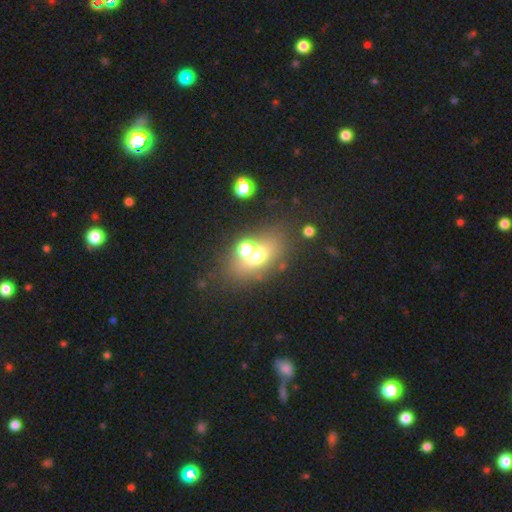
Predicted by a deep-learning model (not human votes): Smooth or featured? Predicted: smooth (p=0.57). How rounded? Predicted: in between (p=0.63). Merging? Predicted: none (p=0.49).